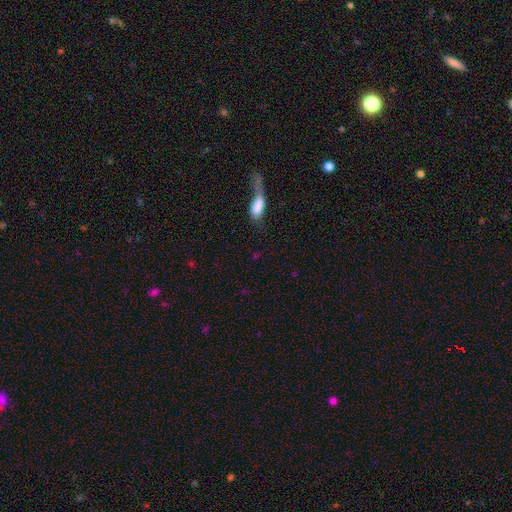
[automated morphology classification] A smooth galaxy with no disk features (67%) that is in between round and cigar-shaped (65%).

Vote fractions:
- Smooth or featured? smooth: 67% / star or artifact: 18% / featured or disk: 15%
- How rounded? in between: 65% / round: 17% / cigar-shaped: 17%
- Merging? none: 43% / merger: 25% / major disturbance: 17% / minor disturbance: 15%